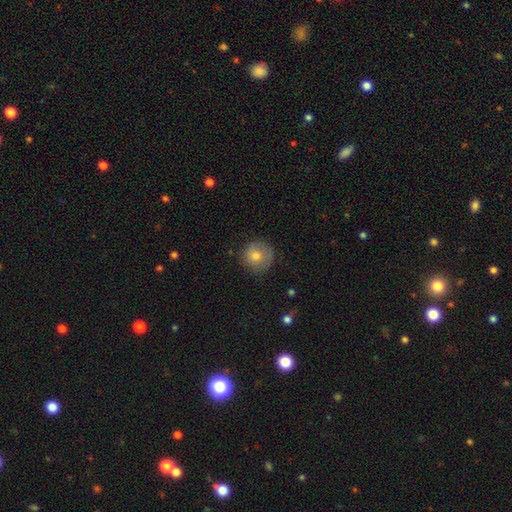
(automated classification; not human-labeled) Smooth or featured: smooth — 75% (featured or disk — 17%)
How rounded: round — 93% (in between — 6%)
Merging: none — 77% (minor disturbance — 17%)